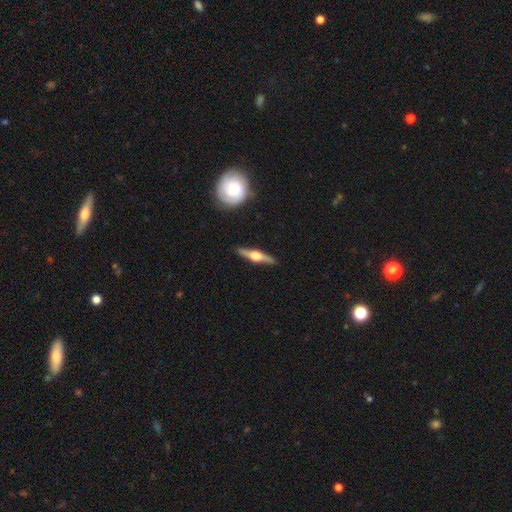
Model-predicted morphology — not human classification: Q: Smooth or featured?
A: featured or disk (74%); runner-up: smooth (21%)
Q: Edge-on disk?
A: yes (97%); runner-up: no (3%)
Q: Edge-on bulge?
A: rounded (93%); runner-up: boxy (5%)
Q: Merging?
A: none (88%); runner-up: minor disturbance (8%)